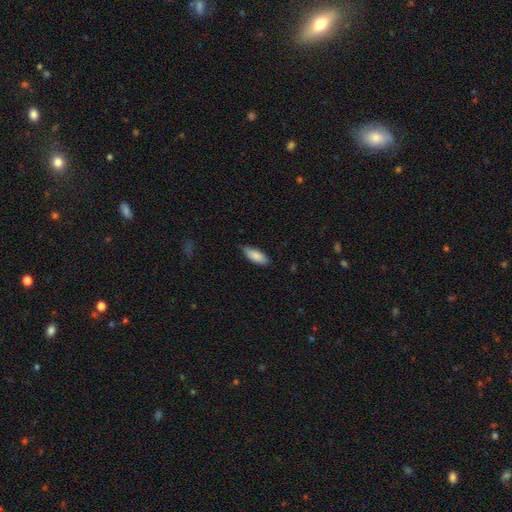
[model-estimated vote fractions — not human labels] Smooth or featured?
  - smooth: 86% *
  - featured or disk: 8%
  - star or artifact: 6%
How rounded?
  - in between: 78% *
  - cigar-shaped: 20%
  - round: 2%
Merging?
  - none: 72% *
  - minor disturbance: 24%
  - major disturbance: 3%
  - merger: 1%